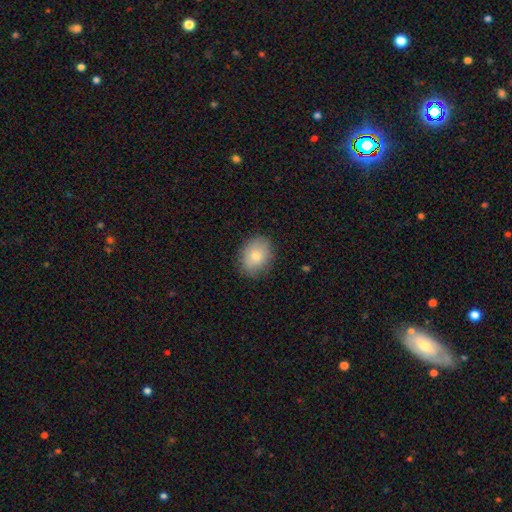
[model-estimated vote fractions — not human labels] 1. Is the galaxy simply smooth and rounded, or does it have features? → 78% smooth, 14% featured or disk, 8% star or artifact.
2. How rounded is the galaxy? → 55% in between, 44% round, 1% cigar-shaped.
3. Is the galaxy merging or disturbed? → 83% none, 13% minor disturbance, 3% major disturbance, 1% merger.